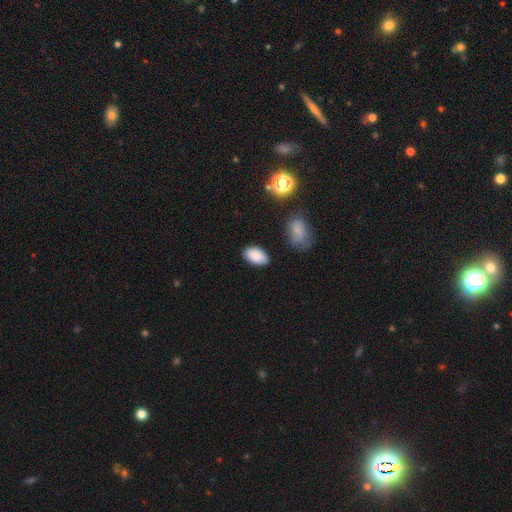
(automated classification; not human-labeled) The model was most divided on "merging": none: 82%, minor disturbance: 13%, major disturbance: 3%, merger: 2%. More confident: how rounded — in between (94%); smooth or featured — smooth (87%).